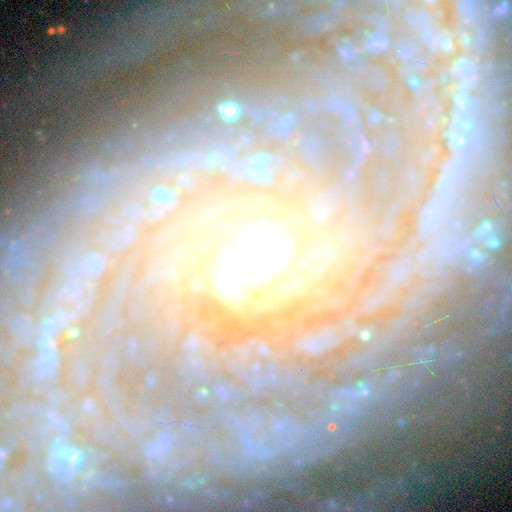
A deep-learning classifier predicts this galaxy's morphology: smooth-or-featured: featured or disk: 86% | star or artifact: 8% | smooth: 6%
  disk-edge-on: no: 96% | yes: 4%
    bar: no: 54% | weak: 30% | strong: 16%
    has-spiral-arms: yes: 94% | no: 6%
      spiral-winding: tight: 66% | medium: 23% | loose: 11%
      spiral-arm-count: can't tell: 24% | 2: 18% | more than 4: 17% | 4: 15% | 3: 15% | 1: 12%
    bulge-size: moderate: 50% | small: 32% | large: 12% | none: 4% | dominant: 3%
  merging: none: 67% | minor disturbance: 17% | major disturbance: 12% | merger: 5%